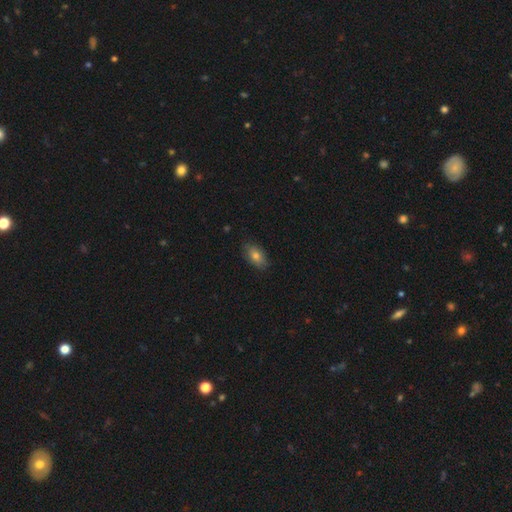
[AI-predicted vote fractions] smooth 76%, featured or disk 15%, star or artifact 8%. Down the decision tree: how rounded — in between (89%); merging — none (83%).